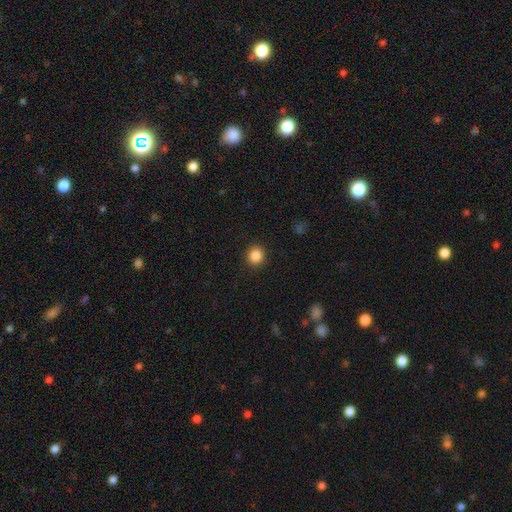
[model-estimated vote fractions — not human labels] This appears to be a smooth galaxy with no disk features (86%) that is round (88%). Merging: none (91%).